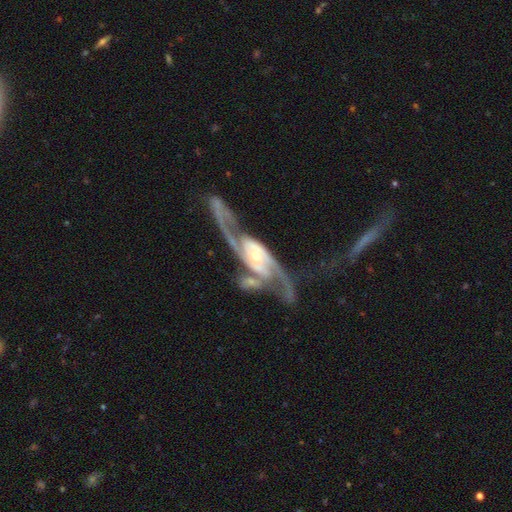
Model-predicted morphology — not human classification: smooth_or_featured: featured or disk (p=0.92) [alt: star or artifact p=0.05]
disk_edge_on: no (p=0.94) [alt: yes p=0.06]
bar: no (p=0.48) [alt: weak p=0.30]
has_spiral_arms: yes (p=0.98) [alt: no p=0.02]
spiral_winding: medium (p=0.45) [alt: loose p=0.35]
spiral_arm_count: 2 (p=0.89) [alt: can't tell p=0.03]
bulge_size: small (p=0.47) [tied with: moderate p=0.47]
merging: none (p=0.41) [alt: merger p=0.24]